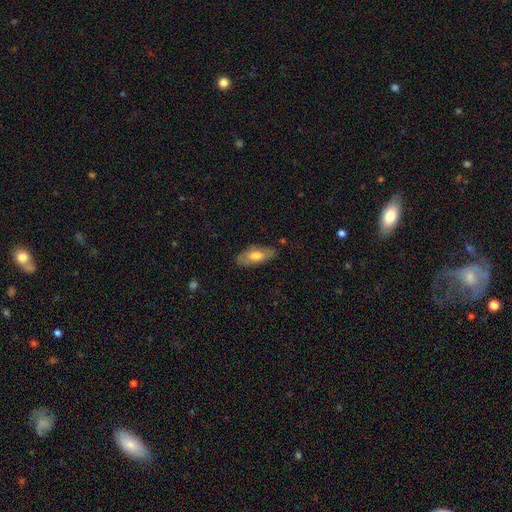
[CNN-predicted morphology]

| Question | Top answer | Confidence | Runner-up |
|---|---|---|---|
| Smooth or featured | smooth | 62% | featured or disk (32%) |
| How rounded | in between | 86% | cigar-shaped (11%) |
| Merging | none | 78% | minor disturbance (17%) |